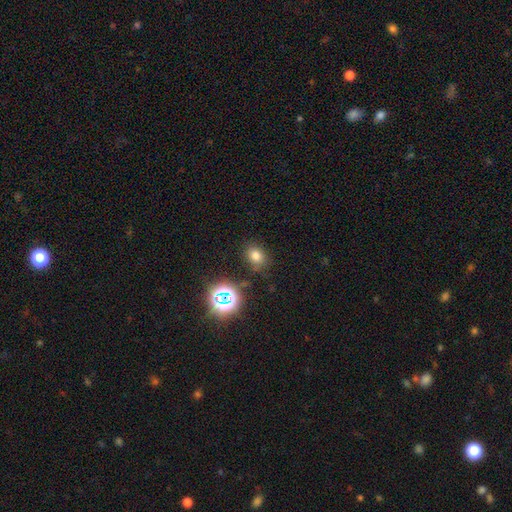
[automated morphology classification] smooth 71%, star or artifact 22%, featured or disk 8%. Down the decision tree: how rounded — in between (52%); merging — none (78%).